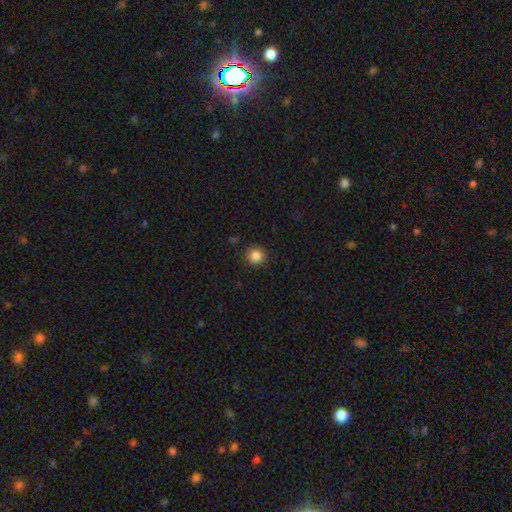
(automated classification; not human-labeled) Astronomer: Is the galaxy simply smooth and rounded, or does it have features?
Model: smooth — 85%.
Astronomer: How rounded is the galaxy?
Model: round — 92%.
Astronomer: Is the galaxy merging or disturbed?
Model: none — 91%.